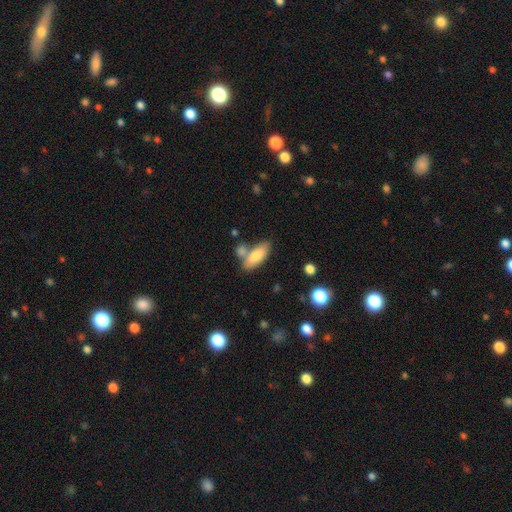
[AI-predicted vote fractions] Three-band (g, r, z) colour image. It shows a smooth galaxy with no disk features (80%) that is in between round and cigar-shaped (76%). Merging: none (55%).